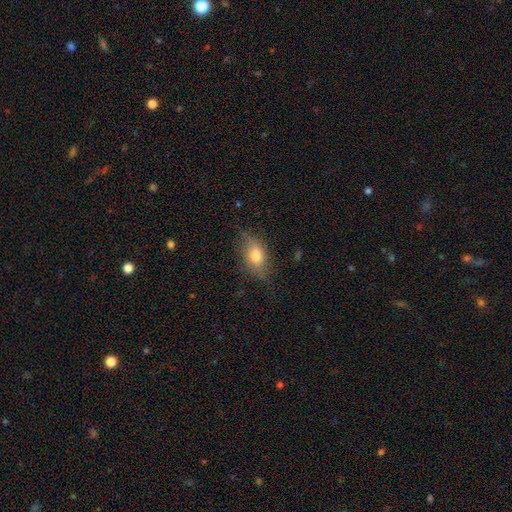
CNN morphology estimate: Smooth or featured?
  - smooth: 72% *
  - featured or disk: 19%
  - star or artifact: 9%
How rounded?
  - in between: 83% *
  - round: 11%
  - cigar-shaped: 6%
Merging?
  - none: 70% *
  - minor disturbance: 22%
  - major disturbance: 6%
  - merger: 1%